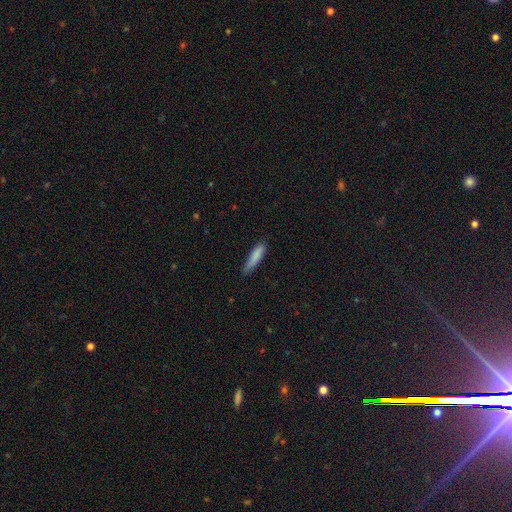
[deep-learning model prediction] smooth_or_featured: smooth (p=0.84) [alt: featured or disk p=0.10]
how_rounded: cigar-shaped (p=0.77) [alt: in between p=0.22]
merging: none (p=0.64) [alt: minor disturbance p=0.29]